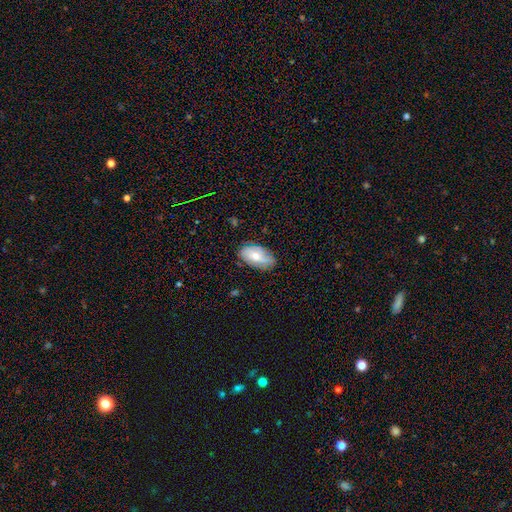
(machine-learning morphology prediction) smooth 62%, featured or disk 30%, star or artifact 7%. Down the decision tree: how rounded — in between (92%); merging — none (75%).